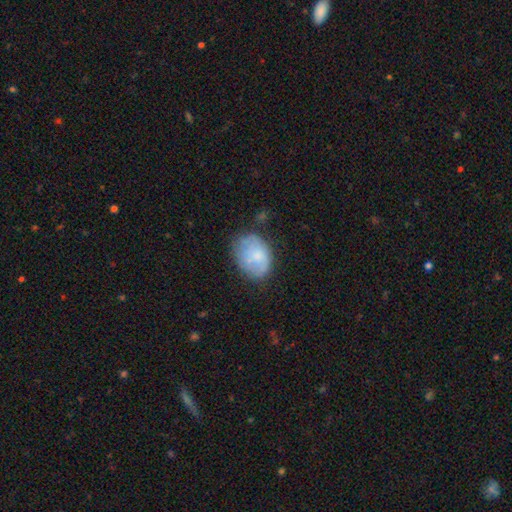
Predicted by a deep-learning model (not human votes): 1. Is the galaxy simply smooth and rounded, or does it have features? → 62% smooth, 30% featured or disk, 7% star or artifact.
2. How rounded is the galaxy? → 71% in between, 28% round, 1% cigar-shaped.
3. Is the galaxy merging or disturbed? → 55% none, 30% minor disturbance, 11% major disturbance, 4% merger.